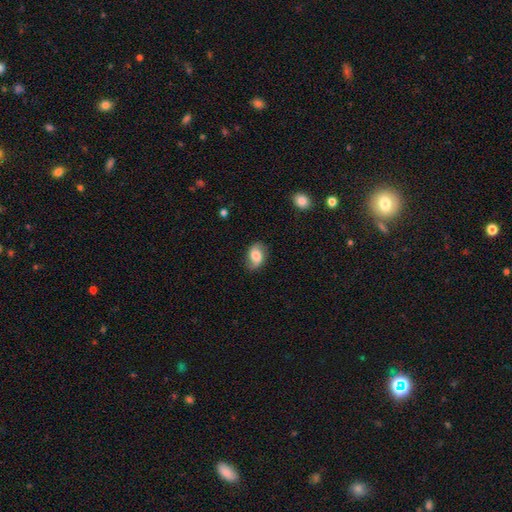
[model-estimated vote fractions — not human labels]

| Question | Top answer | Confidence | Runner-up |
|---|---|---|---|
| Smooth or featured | smooth | 59% | featured or disk (33%) |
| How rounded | in between | 79% | round (20%) |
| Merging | none | 75% | minor disturbance (19%) |